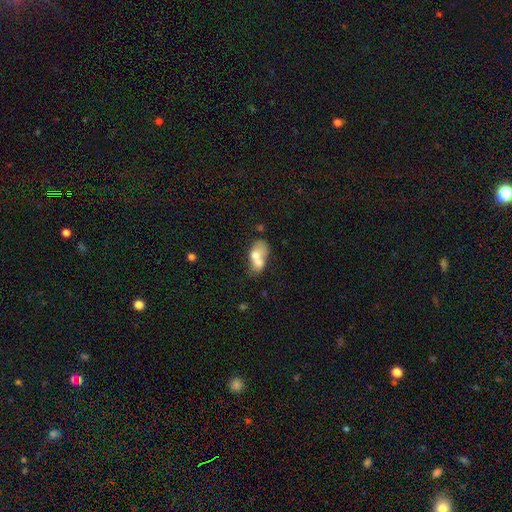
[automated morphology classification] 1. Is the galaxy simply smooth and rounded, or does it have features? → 61% smooth, 30% featured or disk, 9% star or artifact.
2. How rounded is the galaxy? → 76% in between, 21% round, 3% cigar-shaped.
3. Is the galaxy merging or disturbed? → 71% merger, 14% none, 8% minor disturbance, 6% major disturbance.